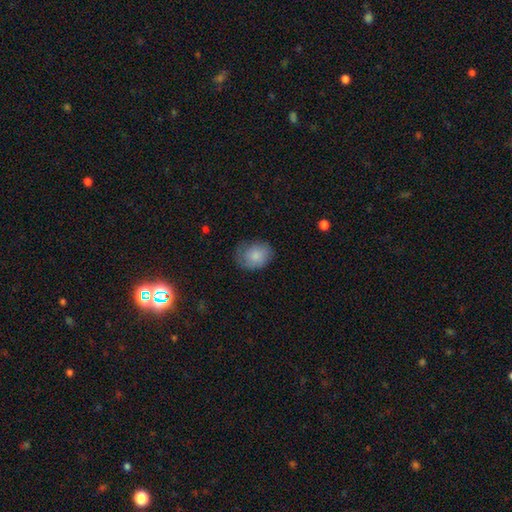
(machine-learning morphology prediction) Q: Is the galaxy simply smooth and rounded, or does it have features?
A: smooth — 80%.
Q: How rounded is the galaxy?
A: in between — 53%.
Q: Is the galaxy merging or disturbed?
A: none — 61%.